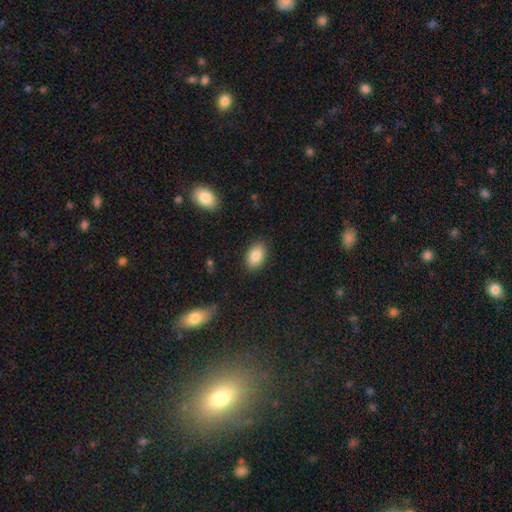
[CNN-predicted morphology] type=smooth (86%); roundness=in between (88%); merging=none (87%).